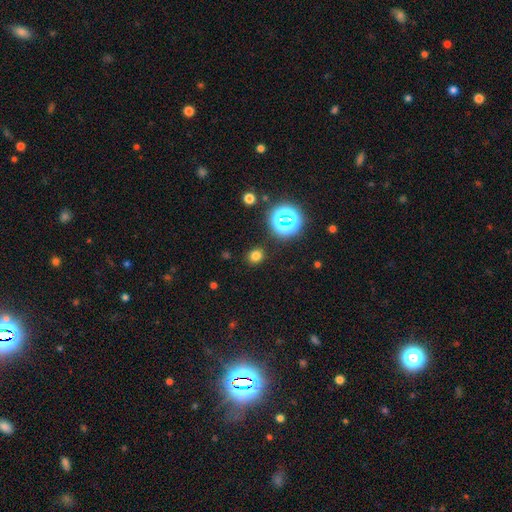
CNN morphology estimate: A smooth galaxy with no disk features (72%) that is round (81%). Merging: none (88%).